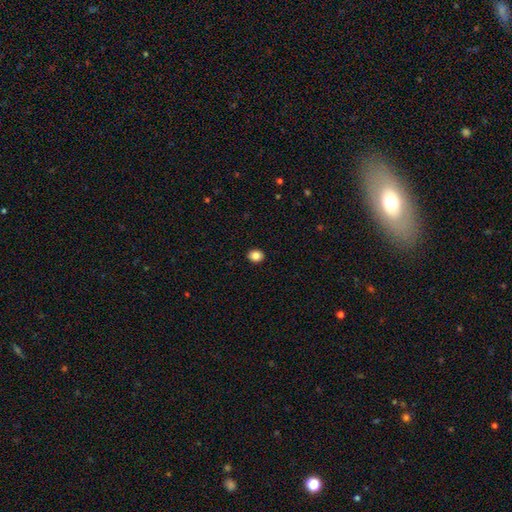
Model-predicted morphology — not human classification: This appears to be a smooth galaxy with no disk features (85%) that is round (67%). Merging: none (92%).